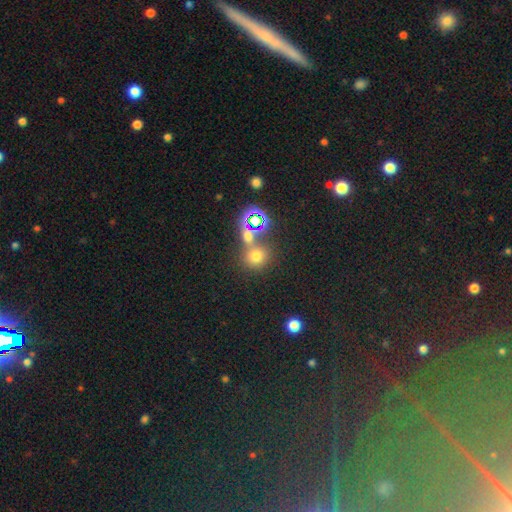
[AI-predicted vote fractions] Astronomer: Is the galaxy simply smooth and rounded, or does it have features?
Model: smooth — 63%.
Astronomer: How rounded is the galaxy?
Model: round — 84%.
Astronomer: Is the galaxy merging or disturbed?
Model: none — 60%.